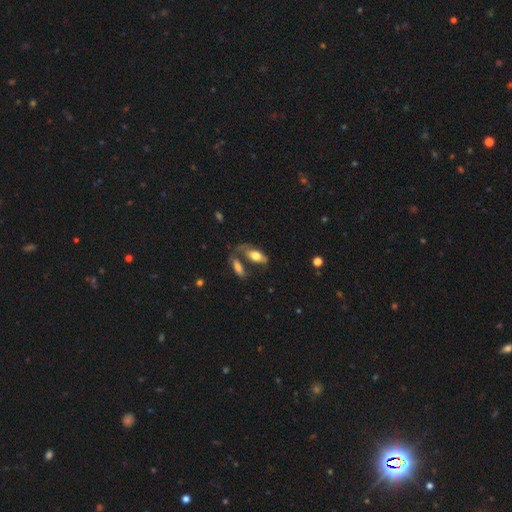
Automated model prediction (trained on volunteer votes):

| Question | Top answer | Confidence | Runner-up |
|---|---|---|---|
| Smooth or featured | smooth | 64% | featured or disk (30%) |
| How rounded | in between | 81% | cigar-shaped (16%) |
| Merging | none | 46% | merger (25%) |